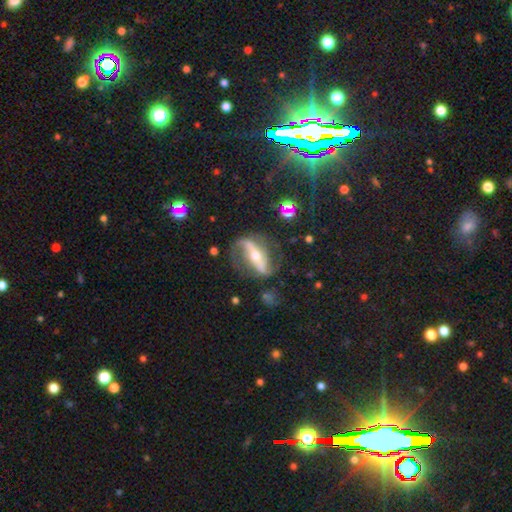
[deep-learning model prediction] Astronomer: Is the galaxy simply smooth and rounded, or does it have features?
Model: featured or disk — 85%.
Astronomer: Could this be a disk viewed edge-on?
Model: no — 89%.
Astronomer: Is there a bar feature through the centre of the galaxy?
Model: strong — 65%.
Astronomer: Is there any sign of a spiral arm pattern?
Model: yes — 93%.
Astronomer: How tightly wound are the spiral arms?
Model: loose — 46% (runner-up: medium, 37%).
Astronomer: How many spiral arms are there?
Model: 2 — 89%.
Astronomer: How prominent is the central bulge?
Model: moderate — 53% (runner-up: small, 40%).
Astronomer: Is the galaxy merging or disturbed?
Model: none — 70%.